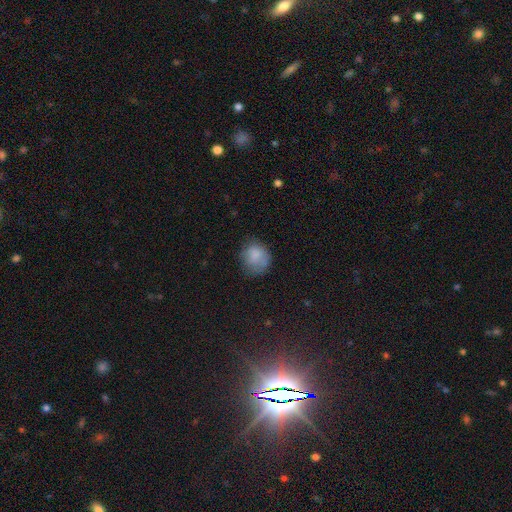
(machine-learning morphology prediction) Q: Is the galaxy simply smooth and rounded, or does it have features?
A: smooth — 79%.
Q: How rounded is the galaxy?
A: round — 71%.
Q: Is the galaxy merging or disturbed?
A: none — 56%.